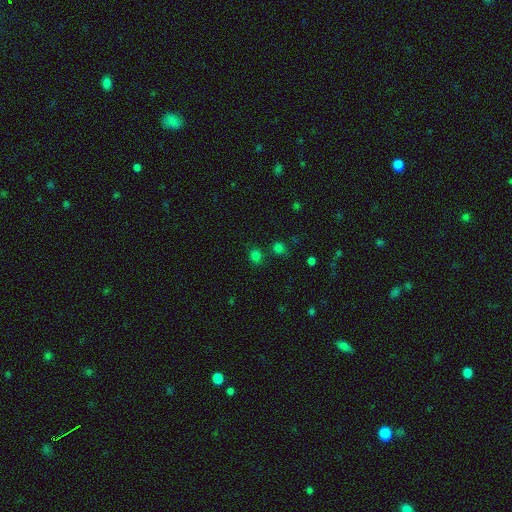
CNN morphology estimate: Overall: smooth (74%). How rounded: round (72%). Merging: none (79%).